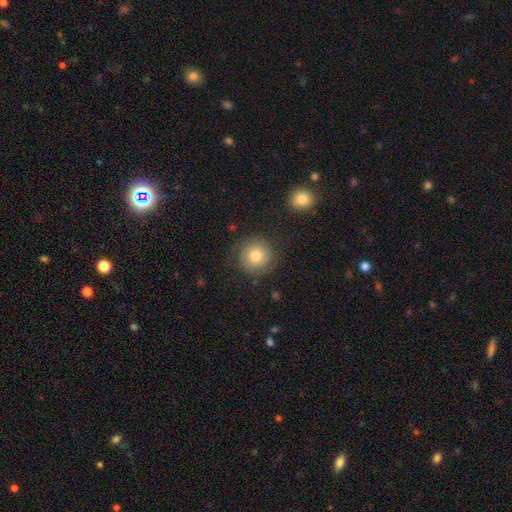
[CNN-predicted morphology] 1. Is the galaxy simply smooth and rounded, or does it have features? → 73% smooth, 18% featured or disk, 10% star or artifact.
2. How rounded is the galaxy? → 93% round, 6% in between, 1% cigar-shaped.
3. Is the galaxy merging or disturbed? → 82% none, 12% minor disturbance, 5% major disturbance, 2% merger.